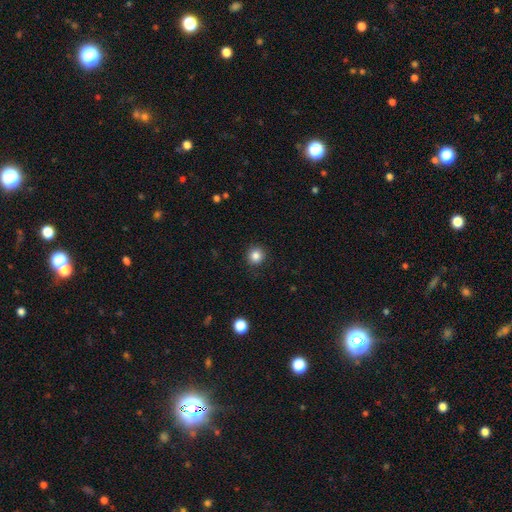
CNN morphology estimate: Smooth or featured?
  - smooth: 85% *
  - star or artifact: 11%
  - featured or disk: 4%
How rounded?
  - round: 92% *
  - in between: 7%
  - cigar-shaped: 1%
Merging?
  - none: 90% *
  - minor disturbance: 7%
  - major disturbance: 2%
  - merger: 1%